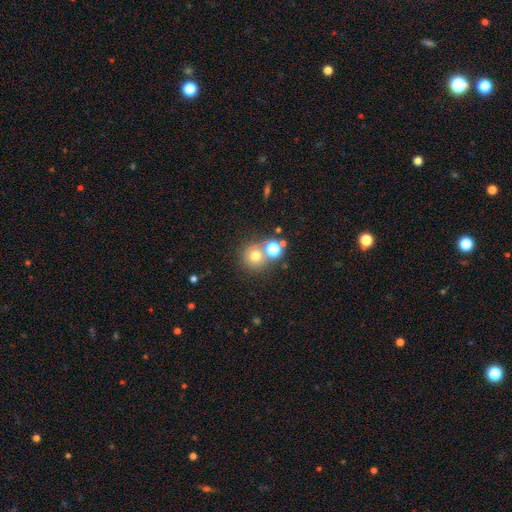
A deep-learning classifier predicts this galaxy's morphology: A smooth galaxy with no disk features (68%) that is round (90%). Merging: none (61%).